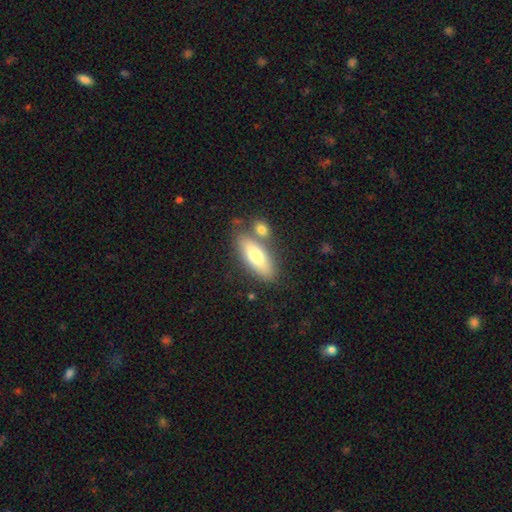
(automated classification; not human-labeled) Smooth or featured? smooth (69%)
How rounded? in between (65%)
Merging? none (65%)